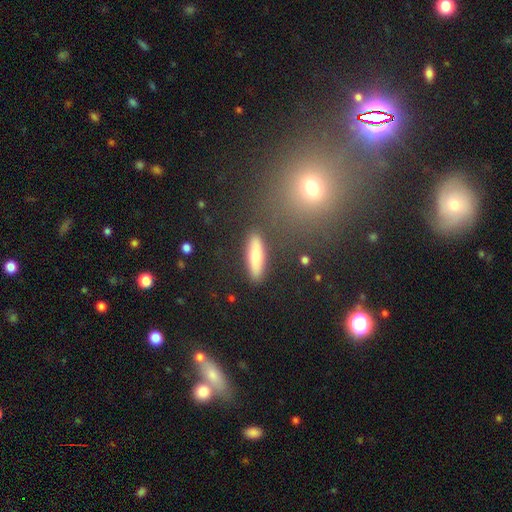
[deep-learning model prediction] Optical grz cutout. It shows a smooth galaxy with no disk features (69%) that is cigar-shaped (62%). Merging: none (86%).